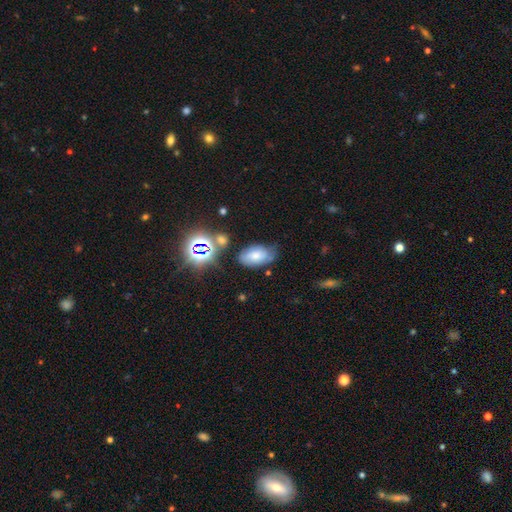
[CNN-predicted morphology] Smooth or featured?
  - smooth: 62% *
  - featured or disk: 21%
  - star or artifact: 16%
How rounded?
  - in between: 91% *
  - round: 7%
  - cigar-shaped: 2%
Merging?
  - none: 58% *
  - minor disturbance: 28%
  - major disturbance: 8%
  - merger: 5%